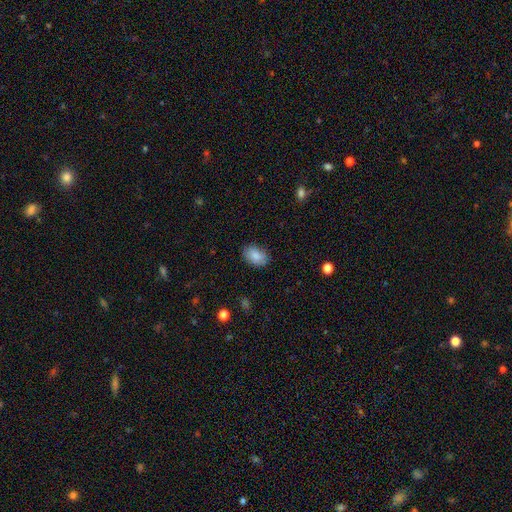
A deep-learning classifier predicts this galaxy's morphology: Smooth or featured? smooth (86%)
How rounded? in between (85%)
Merging? none (80%)